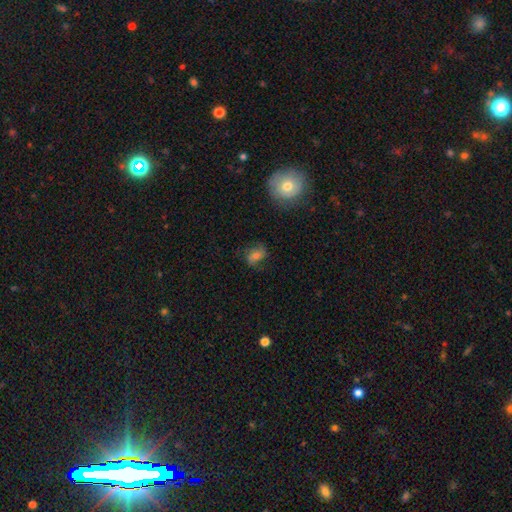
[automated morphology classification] Overall: featured or disk (44%; smooth 43%). Merging: none (66%).